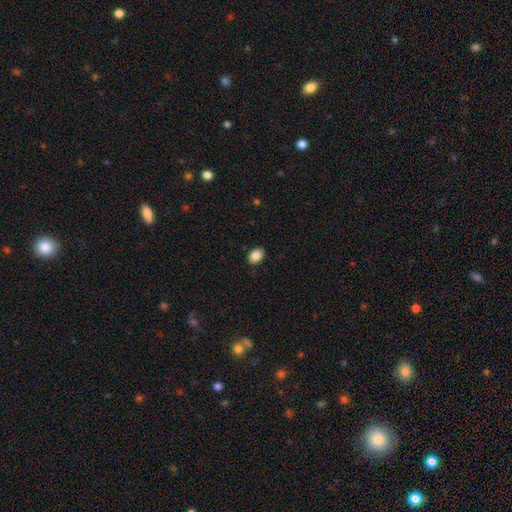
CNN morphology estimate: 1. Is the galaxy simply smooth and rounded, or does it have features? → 88% smooth, 8% star or artifact, 4% featured or disk.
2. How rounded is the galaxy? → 79% in between, 20% round, 1% cigar-shaped.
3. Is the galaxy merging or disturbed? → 88% none, 9% minor disturbance, 2% major disturbance, 1% merger.